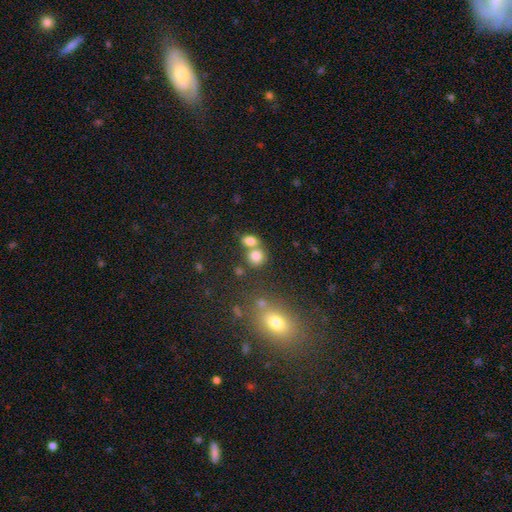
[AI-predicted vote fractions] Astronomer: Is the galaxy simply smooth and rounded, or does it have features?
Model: smooth — 79%.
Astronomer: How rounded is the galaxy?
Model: round — 68%.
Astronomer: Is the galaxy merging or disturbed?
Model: none — 47% (runner-up: merger, 40%).